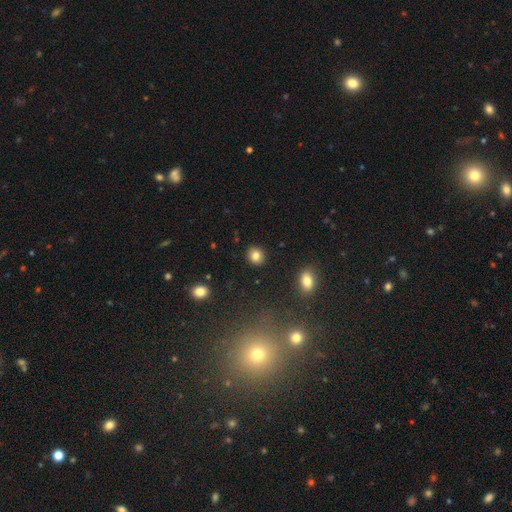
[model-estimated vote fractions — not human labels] A smooth galaxy with no disk features (83%) that is round (79%).

Vote fractions:
- Smooth or featured? smooth: 83% / star or artifact: 10% / featured or disk: 7%
- How rounded? round: 79% / in between: 20% / cigar-shaped: 1%
- Merging? none: 90% / minor disturbance: 6% / major disturbance: 2% / merger: 2%